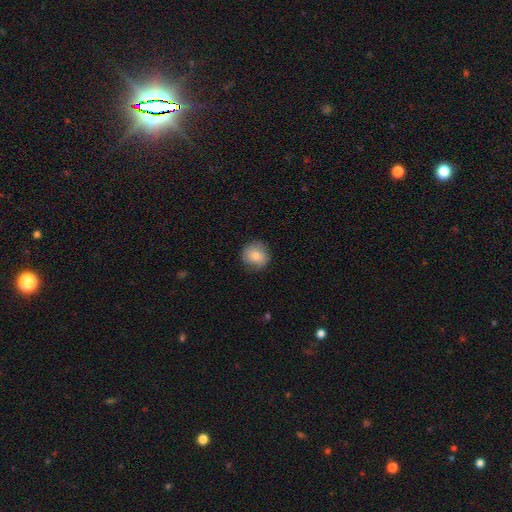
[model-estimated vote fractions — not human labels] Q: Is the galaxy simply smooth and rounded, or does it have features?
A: smooth — 80%.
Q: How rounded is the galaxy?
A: round — 88%.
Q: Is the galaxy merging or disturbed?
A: none — 81%.